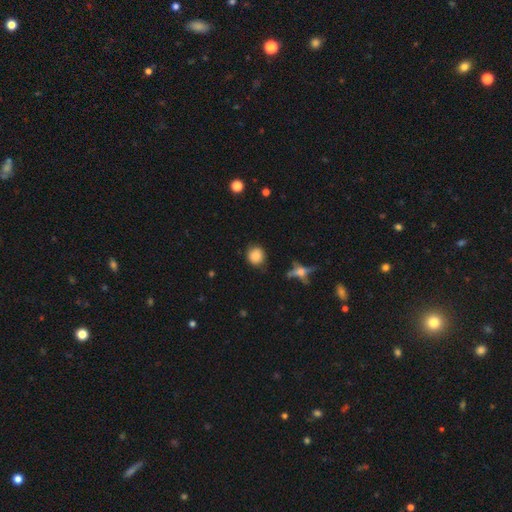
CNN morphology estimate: Smooth or featured? Predicted: smooth (p=0.83). How rounded? Predicted: round (p=0.89). Merging? Predicted: none (p=0.83).